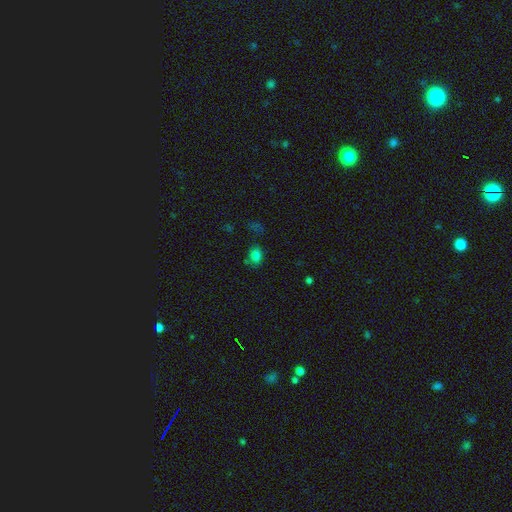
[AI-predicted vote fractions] A smooth galaxy with no disk features (77%) that is in between round and cigar-shaped (64%).

Vote fractions:
- Smooth or featured? smooth: 77% / star or artifact: 16% / featured or disk: 7%
- How rounded? in between: 64% / round: 34% / cigar-shaped: 1%
- Merging? none: 67% / minor disturbance: 18% / merger: 8% / major disturbance: 6%